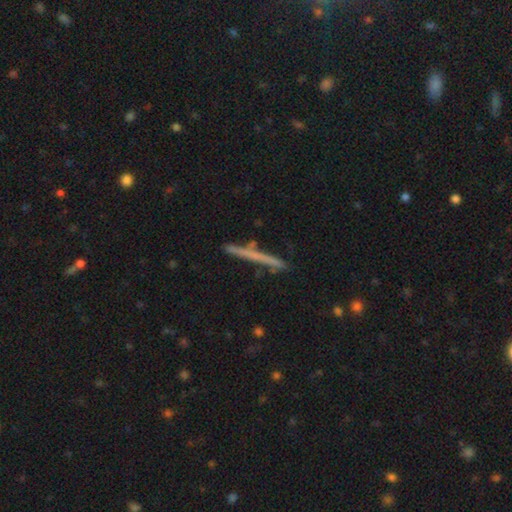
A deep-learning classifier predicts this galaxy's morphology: This appears to be a featured or disk galaxy (47%). Merging: none (86%).